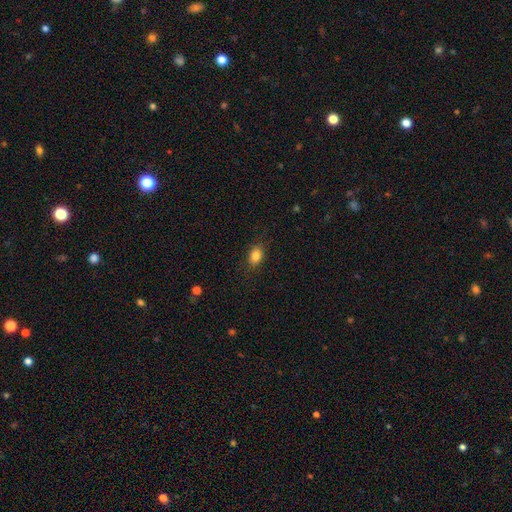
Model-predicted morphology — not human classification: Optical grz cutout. It shows a smooth galaxy with no disk features (84%) that is in between round and cigar-shaped (77%). Merging: none (85%).